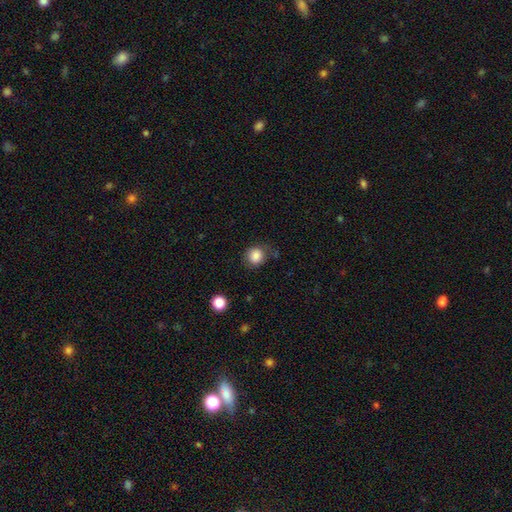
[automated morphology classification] smooth 85%, star or artifact 9%, featured or disk 6%. Down the decision tree: how rounded — round (83%); merging — none (70%).